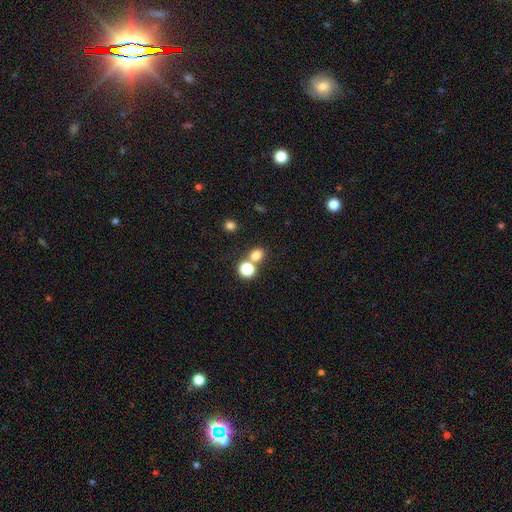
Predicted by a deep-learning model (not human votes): Smooth or featured? smooth (76%)
How rounded? round (71%)
Merging? none (57%)